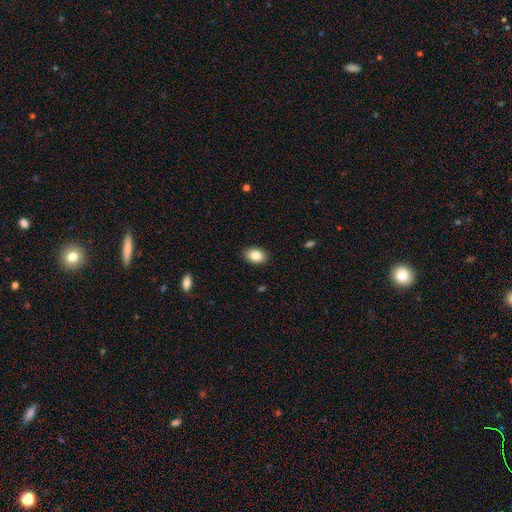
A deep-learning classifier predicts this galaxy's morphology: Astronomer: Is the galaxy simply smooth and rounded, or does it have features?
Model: smooth — 85%.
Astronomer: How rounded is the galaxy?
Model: in between — 78%.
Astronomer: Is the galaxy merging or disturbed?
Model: none — 89%.